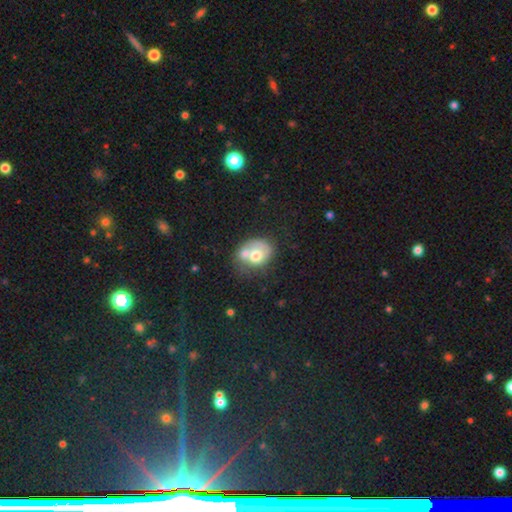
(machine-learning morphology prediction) The model was most divided on "how rounded": round: 51%, in between: 48%, cigar-shaped: 1%. More confident: smooth or featured — smooth (61%); merging — merger (53%).